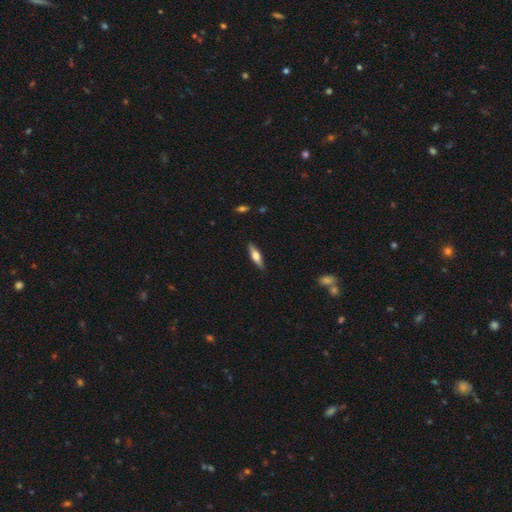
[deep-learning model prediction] smooth_or_featured: smooth (p=0.52) [alt: featured or disk p=0.42]
how_rounded: cigar-shaped (p=0.61) [alt: in between p=0.37]
merging: none (p=0.86) [alt: minor disturbance p=0.10]